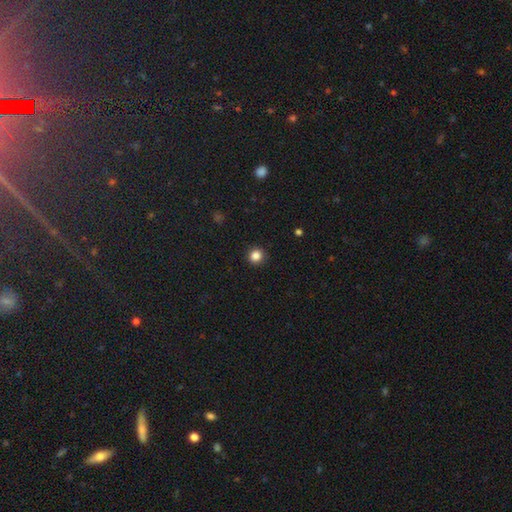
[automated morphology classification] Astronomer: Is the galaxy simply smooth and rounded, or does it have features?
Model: smooth — 85%.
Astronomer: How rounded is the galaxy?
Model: round — 93%.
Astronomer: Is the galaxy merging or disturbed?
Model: none — 92%.